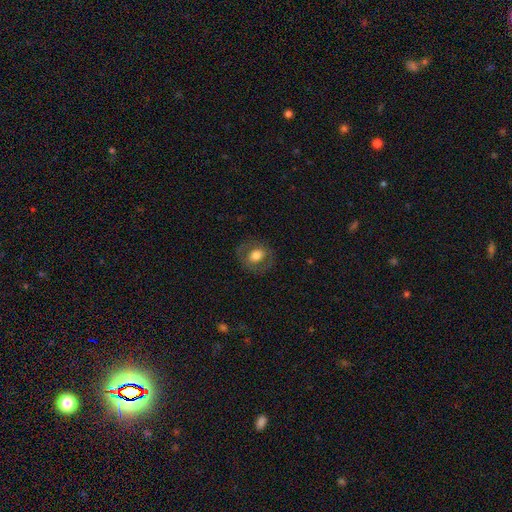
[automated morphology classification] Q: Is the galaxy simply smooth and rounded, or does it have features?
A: smooth — 63%.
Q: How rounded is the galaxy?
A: round — 56%.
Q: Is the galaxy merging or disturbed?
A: none — 79%.